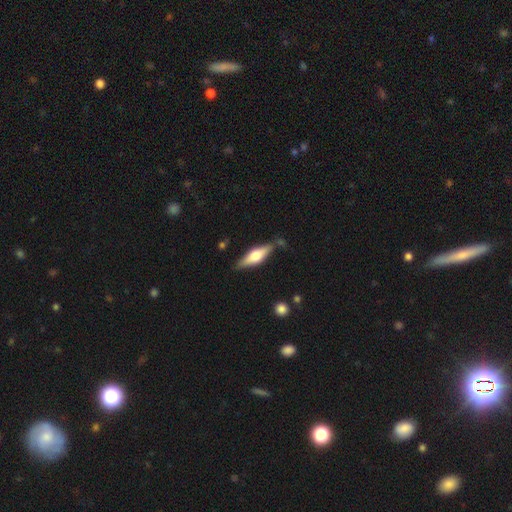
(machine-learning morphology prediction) This is possibly a featured or disk galaxy (55%). It is clearly viewed edge-on (92%). Edge-on bulge: clearly rounded (91%). Merging: likely none (80%).